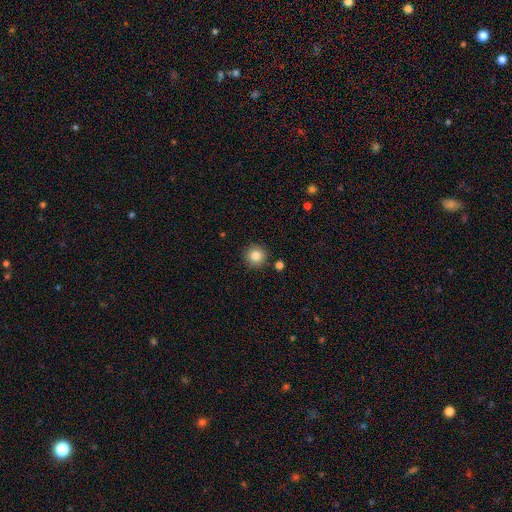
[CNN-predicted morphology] Smooth or featured? smooth (83%)
How rounded? round (95%)
Merging? none (88%)